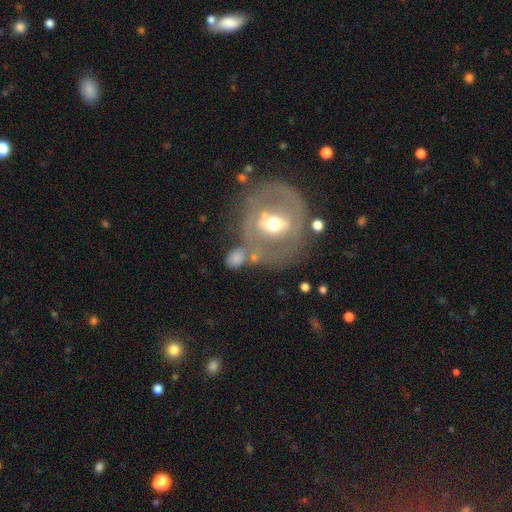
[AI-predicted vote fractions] smooth_or_featured: featured or disk (p=0.63) [alt: smooth p=0.29]
disk_edge_on: no (p=0.93) [alt: yes p=0.07]
bar: weak (p=0.37) [alt: no p=0.33]
has_spiral_arms: no (p=0.64) [alt: yes p=0.36]
bulge_size: moderate (p=0.74) [alt: small p=0.14]
merging: none (p=0.57) [alt: minor disturbance p=0.18]